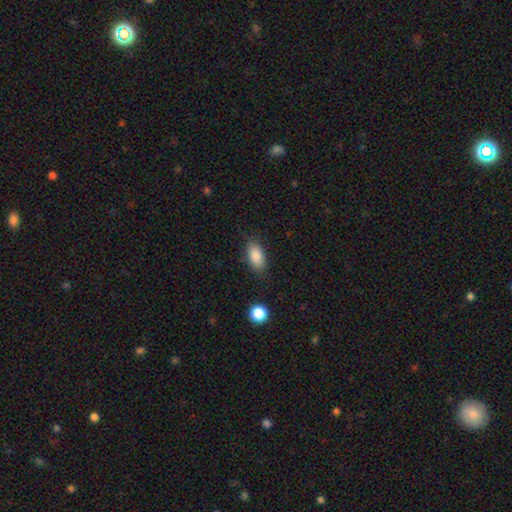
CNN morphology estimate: smooth-or-featured: smooth: 86% | star or artifact: 8% | featured or disk: 6%
  how-rounded: in between: 89% | cigar-shaped: 6% | round: 5%
  merging: none: 82% | minor disturbance: 13% | major disturbance: 3% | merger: 2%